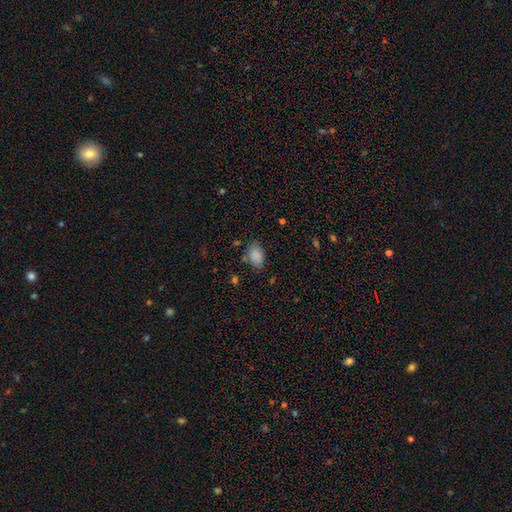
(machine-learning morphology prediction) smooth_or_featured: smooth (p=0.86) [alt: star or artifact p=0.09]
how_rounded: in between (p=0.87) [alt: round p=0.12]
merging: none (p=0.75) [alt: minor disturbance p=0.18]